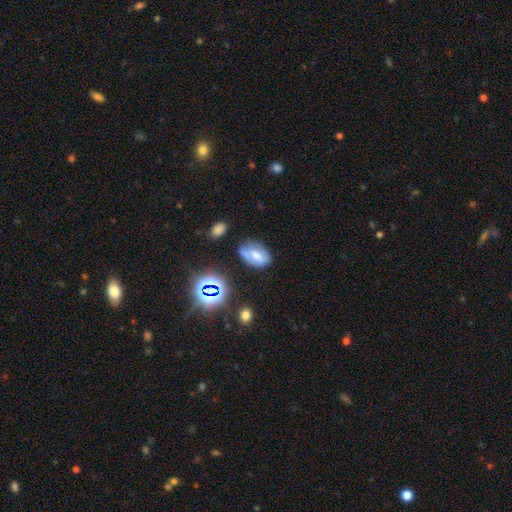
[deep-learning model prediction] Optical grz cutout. It shows a smooth galaxy with no disk features (53%) that is in between round and cigar-shaped (86%). Merging: none (54%).